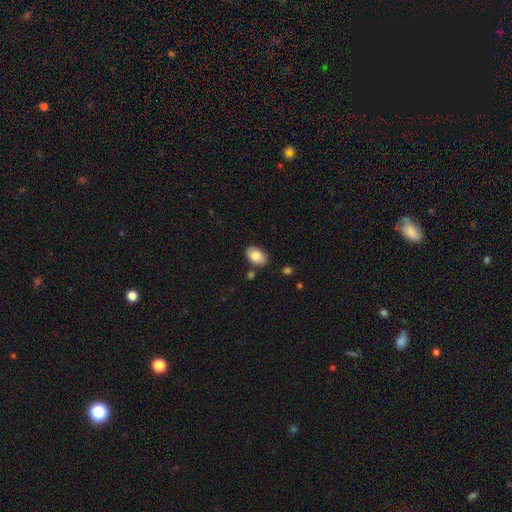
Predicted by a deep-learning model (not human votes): This is clearly a smooth galaxy (84%). How rounded: clearly in between (90%). Merging: clearly none (82%).